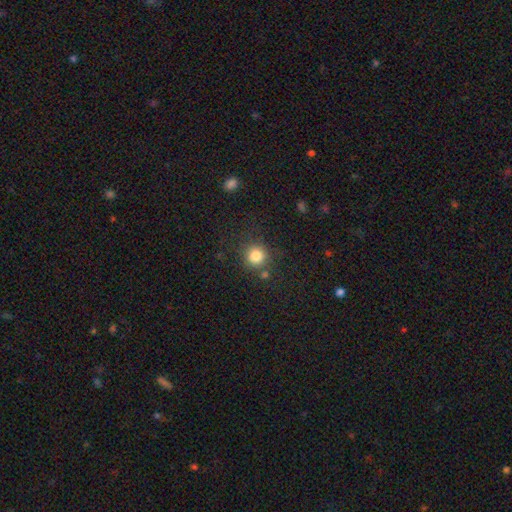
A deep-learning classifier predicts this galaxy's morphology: Smooth or featured?
  - smooth: 83% *
  - star or artifact: 12%
  - featured or disk: 5%
How rounded?
  - round: 92% *
  - in between: 7%
  - cigar-shaped: 1%
Merging?
  - none: 79% *
  - minor disturbance: 10%
  - merger: 7%
  - major disturbance: 4%